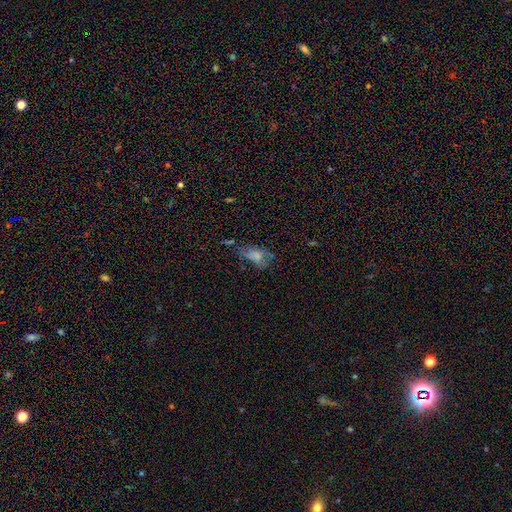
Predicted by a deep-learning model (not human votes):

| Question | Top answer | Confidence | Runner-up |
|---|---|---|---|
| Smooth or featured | smooth | 61% | featured or disk (24%) |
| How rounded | in between | 87% | round (9%) |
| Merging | none | 37% | minor disturbance (28%) |